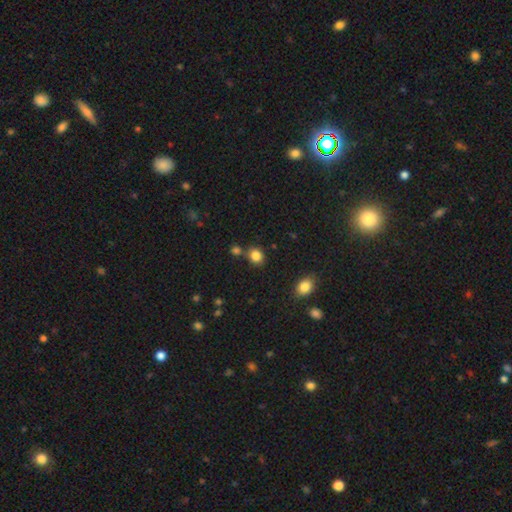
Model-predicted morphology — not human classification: This appears to be a smooth galaxy with no disk features (84%) that is round (70%). Merging: none (73%).